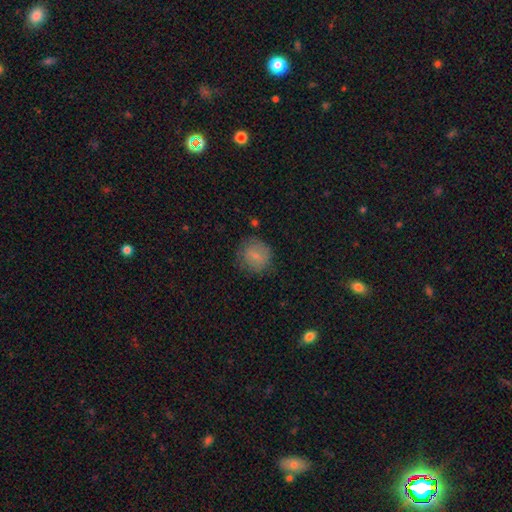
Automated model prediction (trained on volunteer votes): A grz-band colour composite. It shows a smooth galaxy with no disk features (78%) that is round (83%). Merging: none (75%).